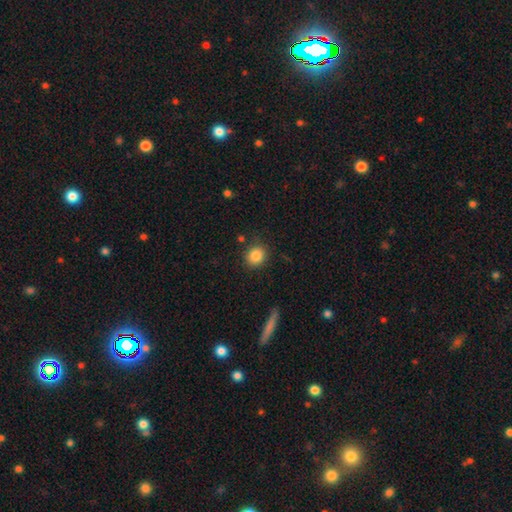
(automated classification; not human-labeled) Q: Smooth or featured?
A: smooth (86%); runner-up: star or artifact (9%)
Q: How rounded?
A: round (80%); runner-up: in between (19%)
Q: Merging?
A: none (85%); runner-up: minor disturbance (9%)